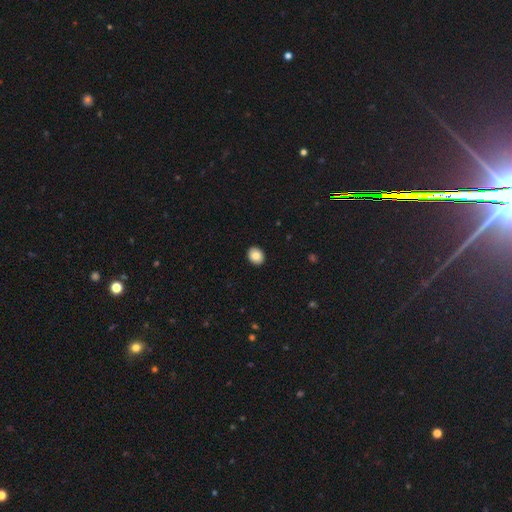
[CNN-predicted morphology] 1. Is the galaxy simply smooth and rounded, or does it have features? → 85% smooth, 8% star or artifact, 6% featured or disk.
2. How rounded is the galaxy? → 56% round, 43% in between, 1% cigar-shaped.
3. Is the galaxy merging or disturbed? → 92% none, 6% minor disturbance, 2% major disturbance, 1% merger.